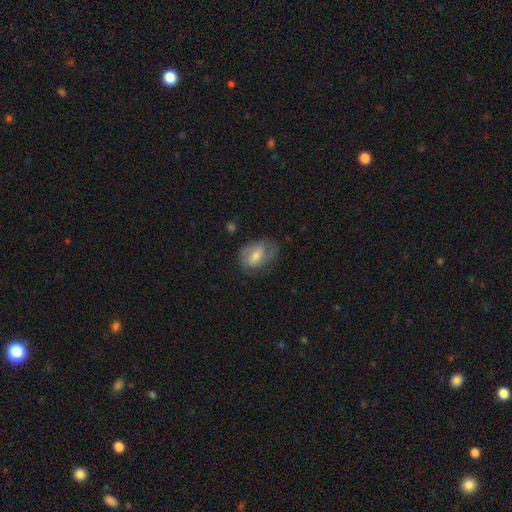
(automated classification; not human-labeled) Smooth or featured?
  - featured or disk: 52% *
  - smooth: 40%
  - star or artifact: 8%
Edge-on disk?
  - no: 94% *
  - yes: 6%
Merging?
  - none: 63% *
  - minor disturbance: 24%
  - major disturbance: 12%
  - merger: 2%